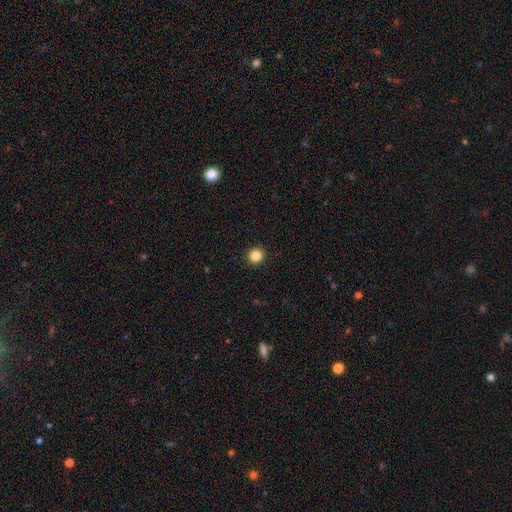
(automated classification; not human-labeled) This is clearly a smooth galaxy (85%). How rounded: clearly round (94%). Merging: clearly none (93%).